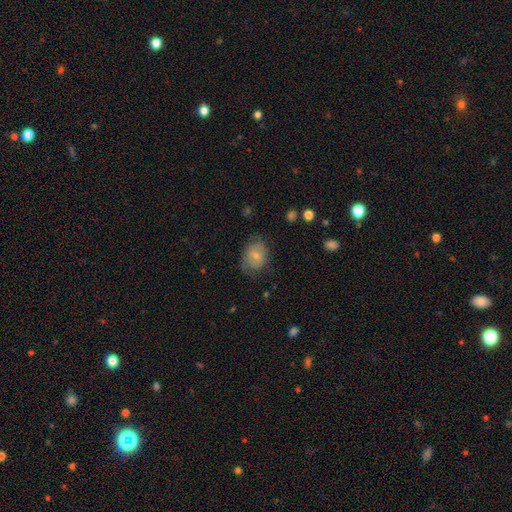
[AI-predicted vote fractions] Q: Smooth or featured?
A: smooth (67%); runner-up: featured or disk (25%)
Q: How rounded?
A: in between (59%); runner-up: round (40%)
Q: Merging?
A: none (64%); runner-up: minor disturbance (25%)